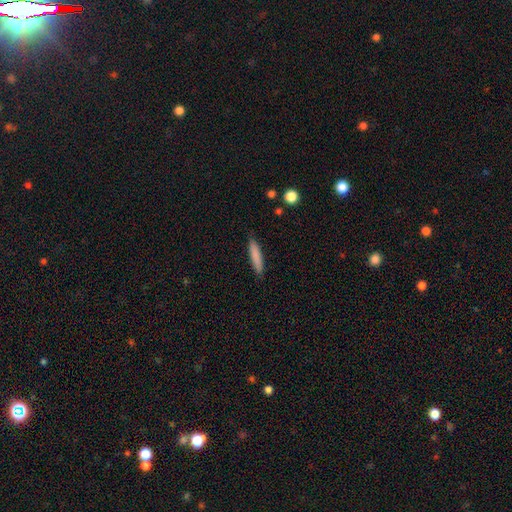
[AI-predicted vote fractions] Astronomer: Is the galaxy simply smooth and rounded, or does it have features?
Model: smooth — 82%.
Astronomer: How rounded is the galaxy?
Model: cigar-shaped — 88%.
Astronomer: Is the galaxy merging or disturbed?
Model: none — 86%.